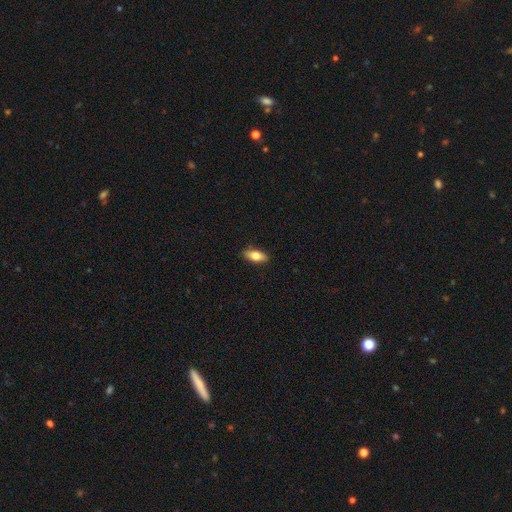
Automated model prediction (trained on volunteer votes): Smooth or featured?
  - smooth: 77% *
  - featured or disk: 17%
  - star or artifact: 6%
How rounded?
  - in between: 82% *
  - cigar-shaped: 15%
  - round: 3%
Merging?
  - none: 89% *
  - minor disturbance: 9%
  - major disturbance: 2%
  - merger: 1%